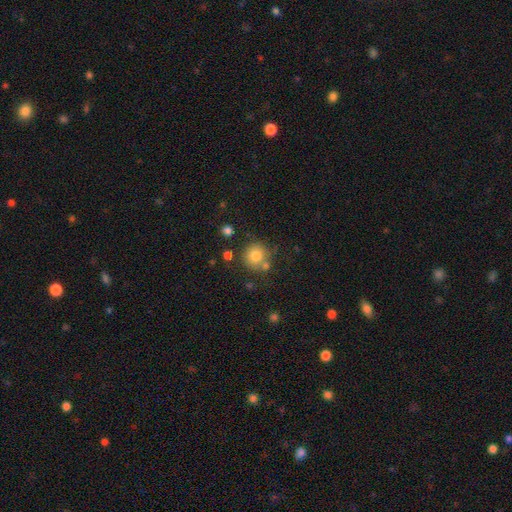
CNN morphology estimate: A smooth galaxy with no disk features (80%) that is round (91%). Merging: none (70%).